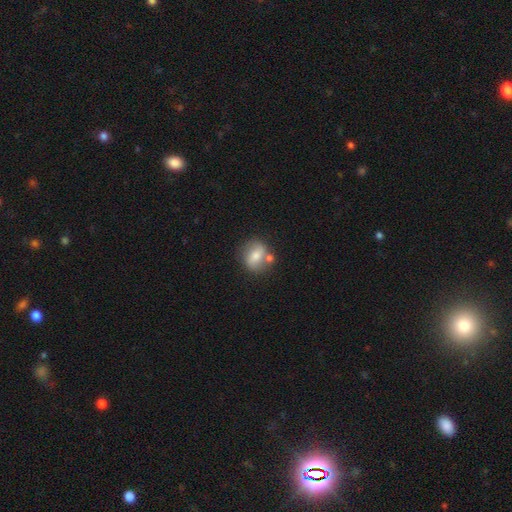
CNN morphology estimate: A smooth galaxy with no disk features (64%) that is round (55%). Merging: none (63%).